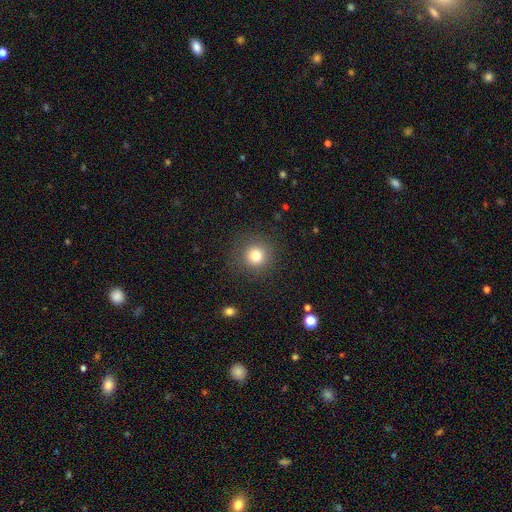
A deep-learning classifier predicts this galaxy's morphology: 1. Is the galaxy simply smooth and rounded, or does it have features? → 79% smooth, 13% star or artifact, 8% featured or disk.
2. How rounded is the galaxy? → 94% round, 5% in between, 1% cigar-shaped.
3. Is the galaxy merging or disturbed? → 87% none, 8% minor disturbance, 4% major disturbance, 1% merger.